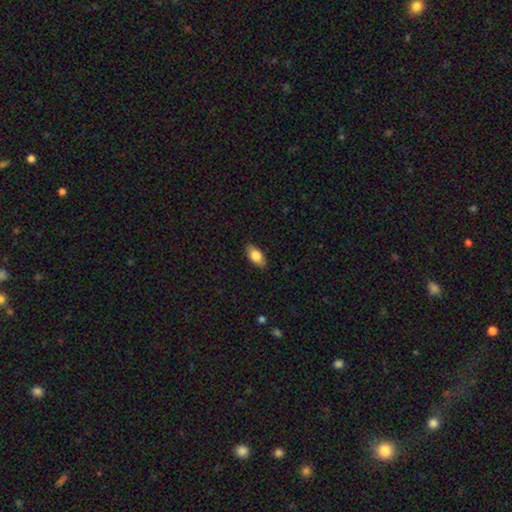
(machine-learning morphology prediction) smooth-or-featured: smooth: 81% | featured or disk: 13% | star or artifact: 7%
  how-rounded: in between: 90% | cigar-shaped: 6% | round: 4%
  merging: none: 85% | minor disturbance: 12% | major disturbance: 2% | merger: 1%